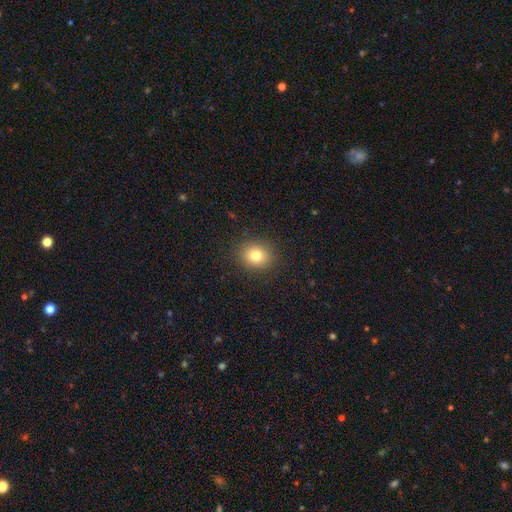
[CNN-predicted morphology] type=smooth (78%); roundness=round (72%); merging=none (89%).